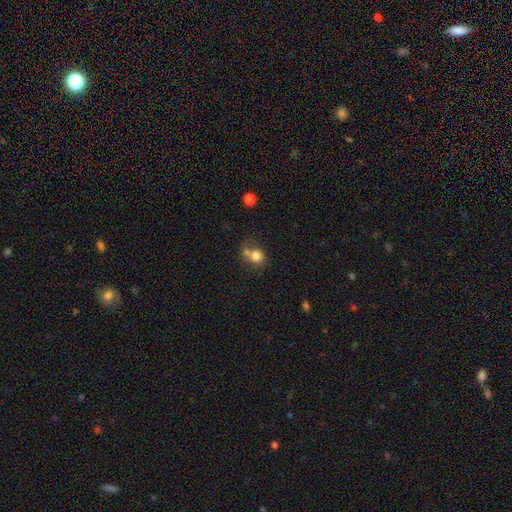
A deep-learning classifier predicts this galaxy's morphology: Overall: smooth (78%). How rounded: round (74%). Merging: merger (42%; none 36%).